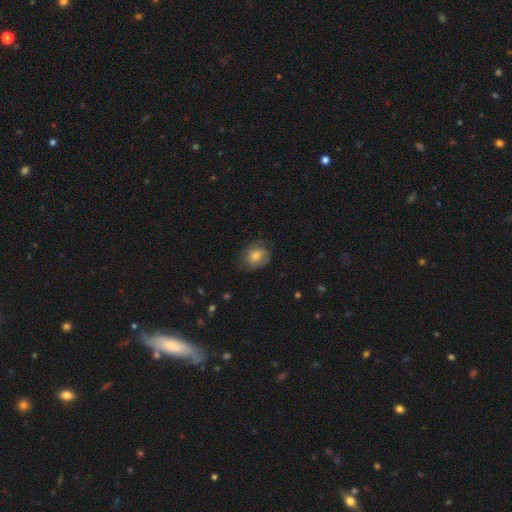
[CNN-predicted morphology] This is likely a smooth galaxy (61%). How rounded: likely round (60%). Merging: likely none (69%).